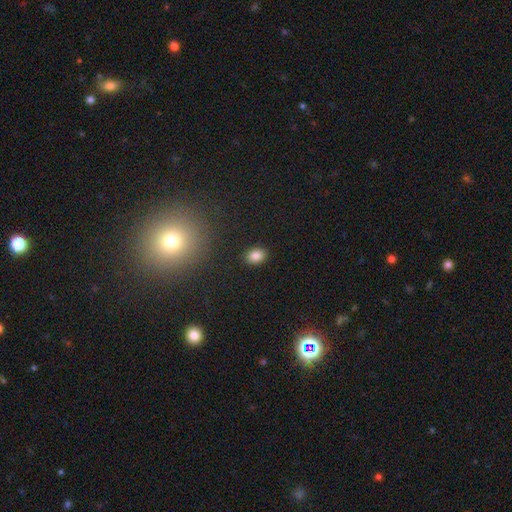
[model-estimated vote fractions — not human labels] This is clearly a smooth galaxy (84%). How rounded: likely in between (72%). Merging: clearly none (88%).